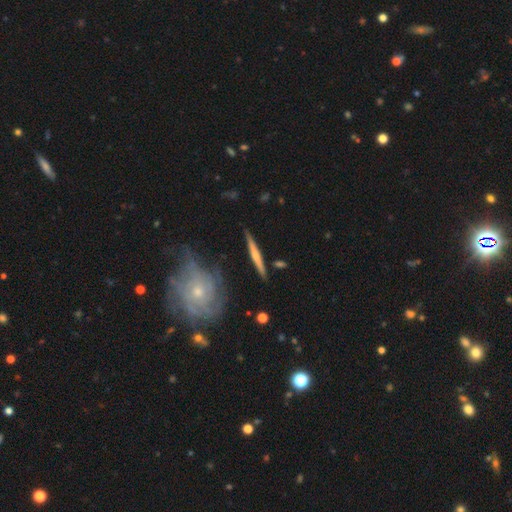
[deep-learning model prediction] Morphology: type=featured or disk (63%); edge-on=yes (95%); edge-on bulge=rounded (57%); merging=none (86%).